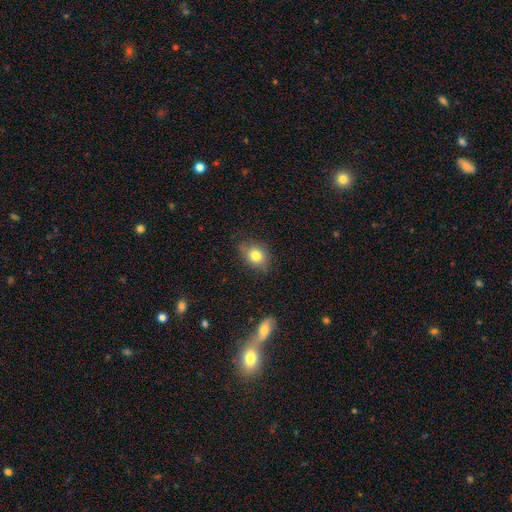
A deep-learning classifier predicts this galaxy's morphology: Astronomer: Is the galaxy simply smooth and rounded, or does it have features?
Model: smooth — 78%.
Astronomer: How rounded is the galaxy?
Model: in between — 61% (runner-up: round, 37%).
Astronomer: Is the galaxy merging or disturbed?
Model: none — 71%.